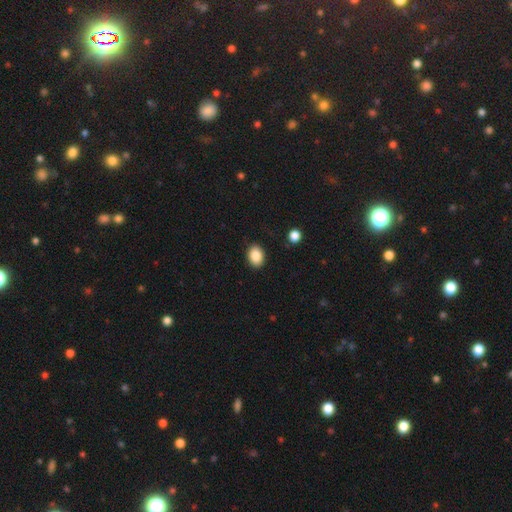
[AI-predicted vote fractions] smooth 87%, star or artifact 8%, featured or disk 5%. Down the decision tree: how rounded — in between (72%); merging — none (88%).